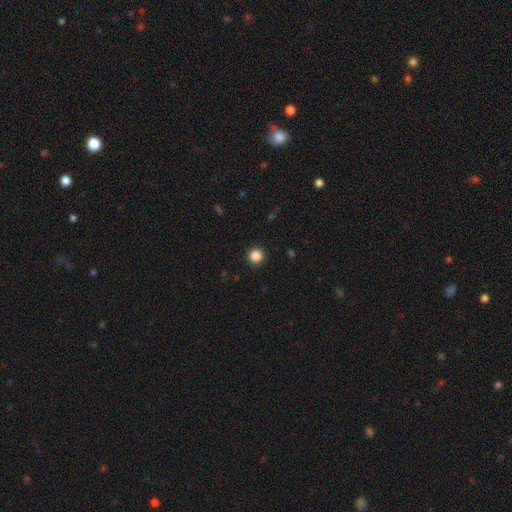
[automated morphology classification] smooth 85%, star or artifact 12%, featured or disk 3%. Down the decision tree: how rounded — round (95%); merging — none (93%).